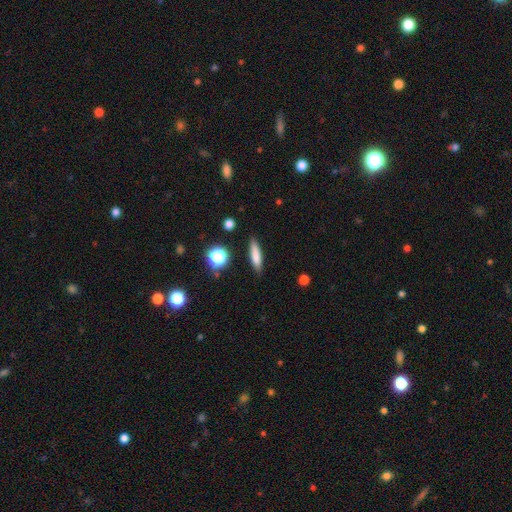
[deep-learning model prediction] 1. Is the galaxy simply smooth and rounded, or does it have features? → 77% smooth, 13% featured or disk, 10% star or artifact.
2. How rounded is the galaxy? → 76% cigar-shaped, 21% in between, 3% round.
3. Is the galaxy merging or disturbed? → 87% none, 9% minor disturbance, 2% major disturbance, 2% merger.